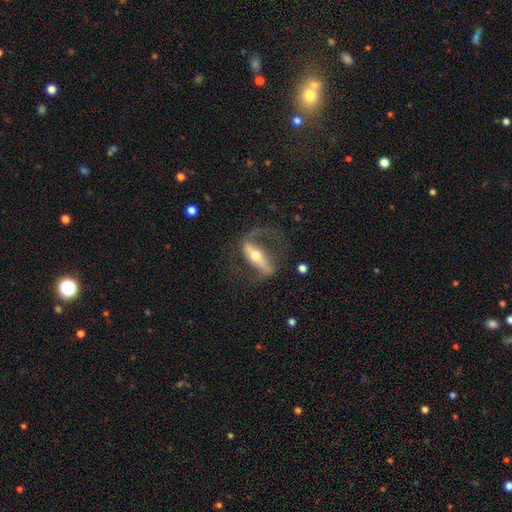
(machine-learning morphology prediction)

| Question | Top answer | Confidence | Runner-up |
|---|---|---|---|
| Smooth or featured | featured or disk | 81% | smooth (14%) |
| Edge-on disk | no | 76% | yes (24%) |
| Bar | strong | 69% | weak (17%) |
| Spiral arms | yes | 80% | no (20%) |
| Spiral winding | loose | 46% | medium (40%) |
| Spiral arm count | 2 | 85% | 1 (7%) |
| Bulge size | moderate | 64% | small (26%) |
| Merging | none | 61% | major disturbance (22%) |